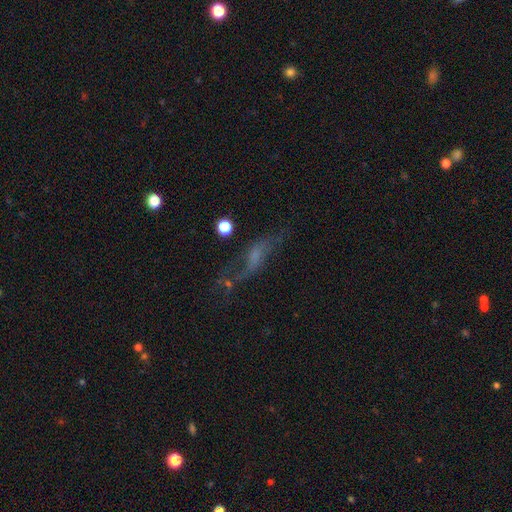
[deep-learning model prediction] smooth_or_featured: featured or disk (p=0.51) [alt: smooth p=0.31]
disk_edge_on: no (p=0.76) [alt: yes p=0.24]
merging: none (p=0.47) [alt: major disturbance p=0.26]